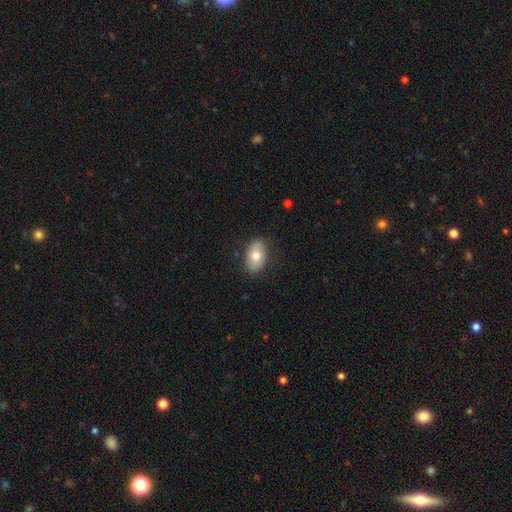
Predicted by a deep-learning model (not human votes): This appears to be a smooth galaxy with no disk features (75%) that is in between round and cigar-shaped (89%). Merging: none (83%).